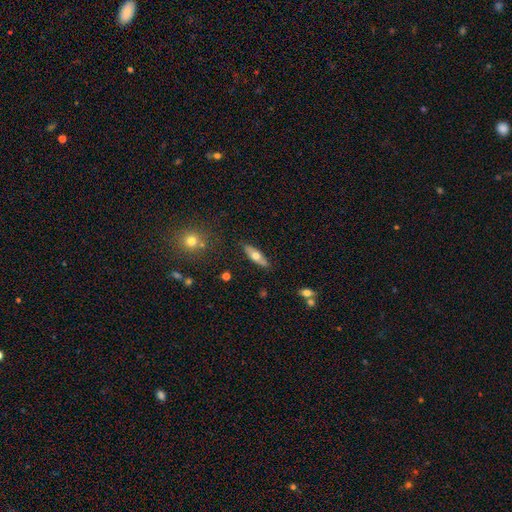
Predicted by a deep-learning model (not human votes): smooth 58%, featured or disk 36%, star or artifact 6%. Down the decision tree: how rounded — in between (56%); merging — none (83%).